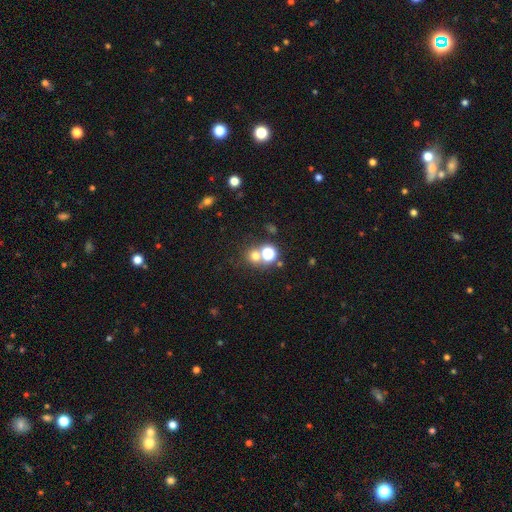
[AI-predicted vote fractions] This appears to be a smooth galaxy with no disk features (65%) that is round (87%). Merging: none (60%).